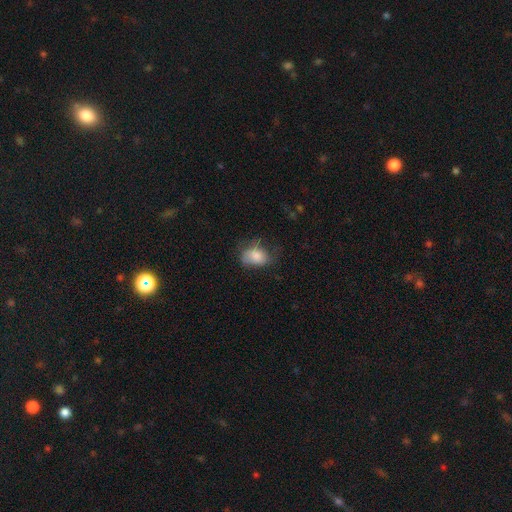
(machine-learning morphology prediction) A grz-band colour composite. It shows a smooth galaxy with no disk features (76%) that is in between round and cigar-shaped (73%). Merging: none (43%).